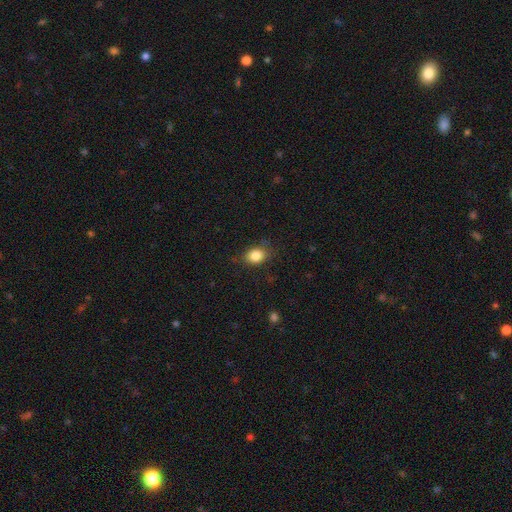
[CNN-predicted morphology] type=smooth (85%); roundness=in between (56%); merging=none (77%).